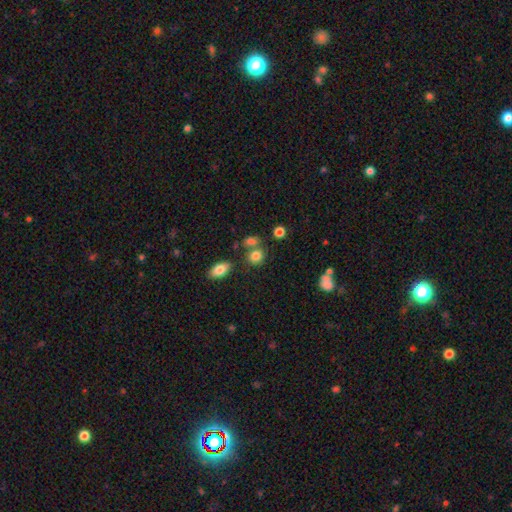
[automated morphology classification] Smooth or featured? Predicted: smooth (p=0.81). How rounded? Predicted: round (p=0.68). Merging? Predicted: none (p=0.63).